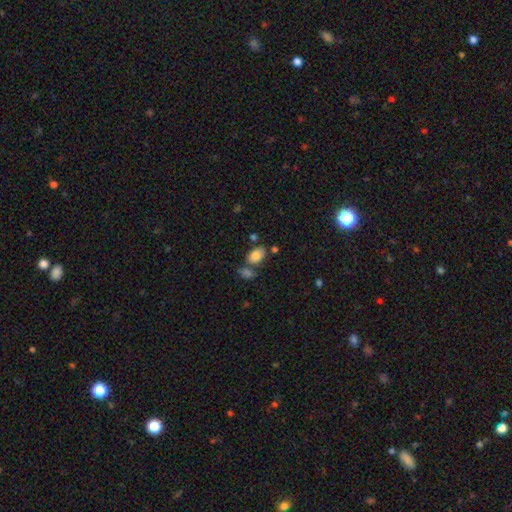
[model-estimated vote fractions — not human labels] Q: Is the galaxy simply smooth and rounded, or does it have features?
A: smooth — 83%.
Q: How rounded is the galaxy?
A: in between — 89%.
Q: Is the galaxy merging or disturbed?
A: none — 61%.